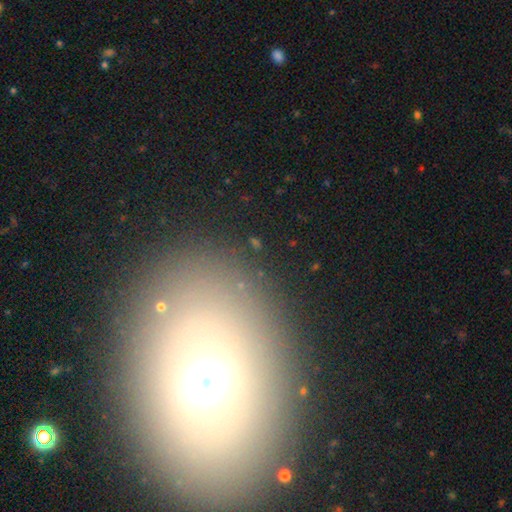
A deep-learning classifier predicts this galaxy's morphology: Smooth or featured? Predicted: smooth (p=0.47). Merging? Predicted: none (p=0.83).